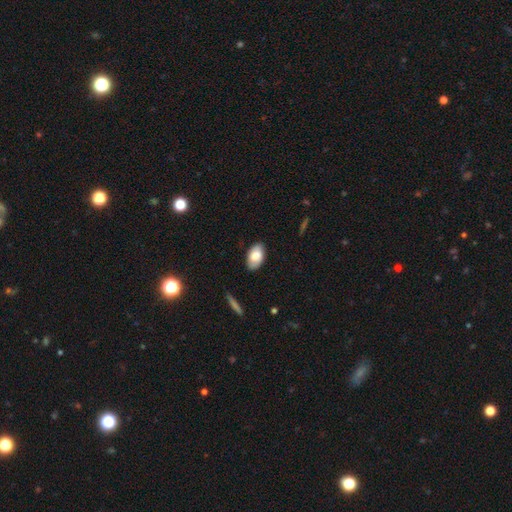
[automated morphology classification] A smooth galaxy with no disk features (75%) that is in between round and cigar-shaped (94%). Merging: none (84%).